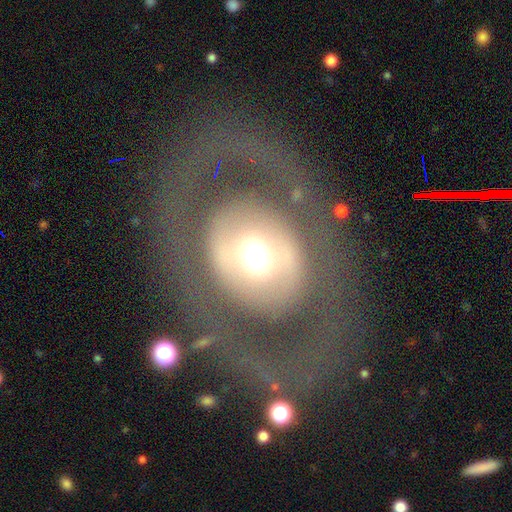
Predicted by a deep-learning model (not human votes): Smooth or featured? Predicted: featured or disk (p=0.60). Edge-on disk? Predicted: no (p=0.93). Bar? Predicted: no (p=0.76). Spiral arms? Predicted: no (p=0.78). Bulge size? Predicted: moderate (p=0.47). Merging? Predicted: none (p=0.73).